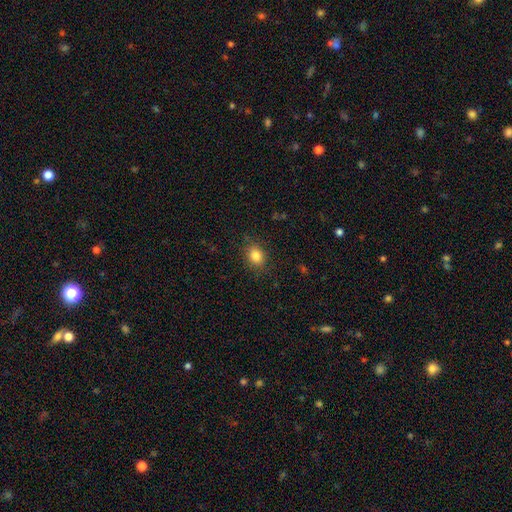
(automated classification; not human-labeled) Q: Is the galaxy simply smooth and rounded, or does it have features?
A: smooth — 84%.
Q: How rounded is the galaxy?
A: in between — 50%.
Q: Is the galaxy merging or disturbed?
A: none — 85%.